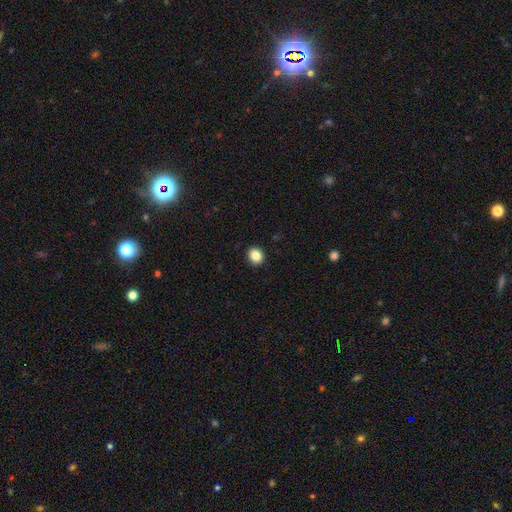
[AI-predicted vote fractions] The model was most divided on "how rounded": round: 70%, in between: 29%, cigar-shaped: 1%. More confident: merging — none (91%); smooth or featured — smooth (86%).